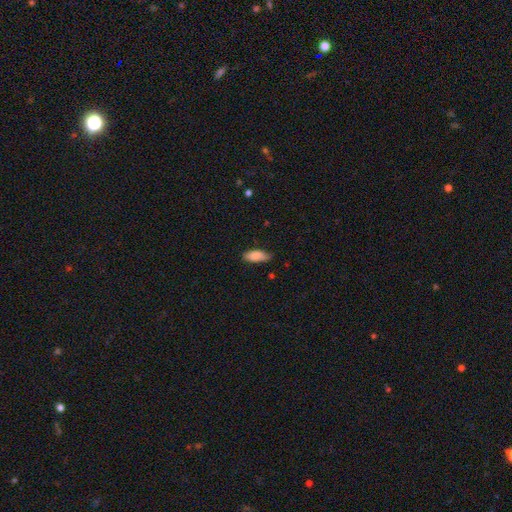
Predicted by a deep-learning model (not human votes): smooth_or_featured: smooth (p=0.84) [alt: featured or disk p=0.10]
how_rounded: in between (p=0.80) [alt: cigar-shaped p=0.18]
merging: none (p=0.72) [alt: minor disturbance p=0.23]